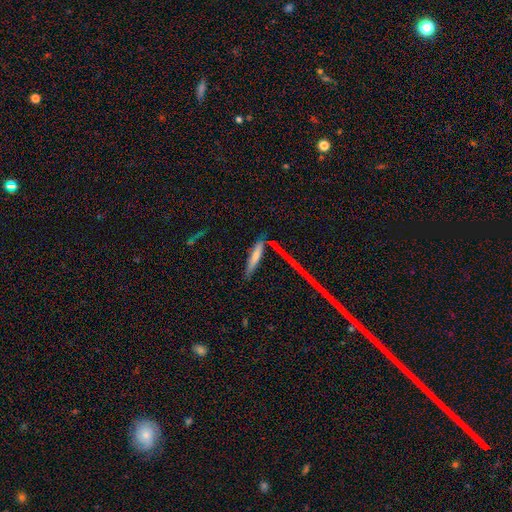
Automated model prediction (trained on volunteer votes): smooth 59%, featured or disk 32%, star or artifact 9%. Down the decision tree: how rounded — cigar-shaped (85%); merging — none (69%).